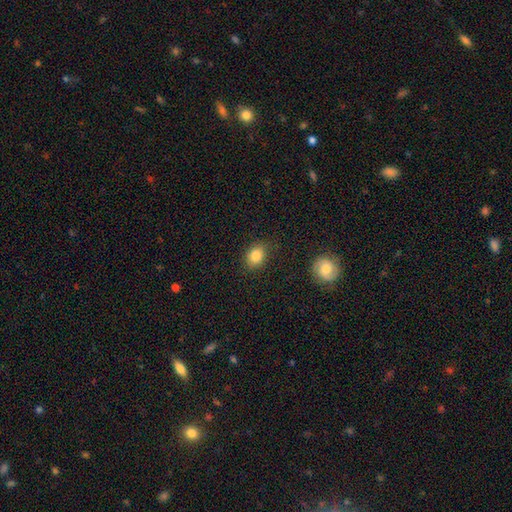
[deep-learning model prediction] Smooth or featured?
  - smooth: 84% *
  - star or artifact: 10%
  - featured or disk: 6%
How rounded?
  - in between: 53% *
  - round: 46%
  - cigar-shaped: 1%
Merging?
  - none: 83% *
  - minor disturbance: 12%
  - major disturbance: 3%
  - merger: 2%